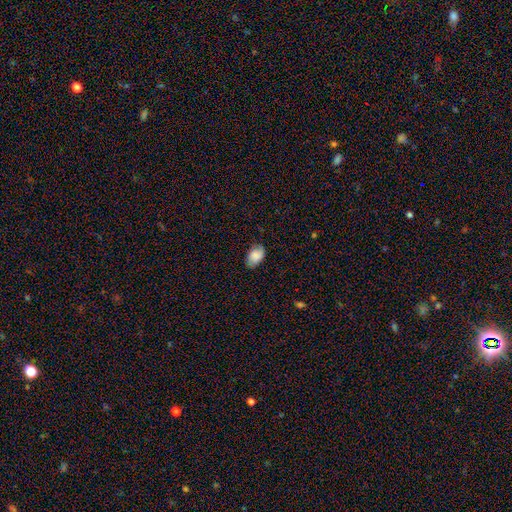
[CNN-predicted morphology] smooth-or-featured: smooth: 80% | featured or disk: 12% | star or artifact: 8%
  how-rounded: in between: 89% | round: 9% | cigar-shaped: 1%
  merging: none: 75% | minor disturbance: 20% | major disturbance: 4% | merger: 1%